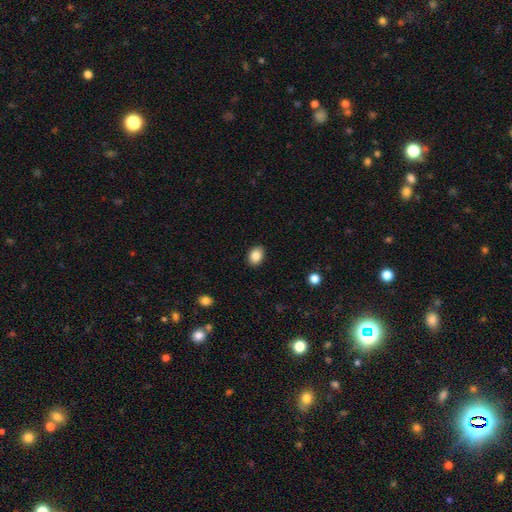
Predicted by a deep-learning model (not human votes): Morphology: type=smooth (87%); roundness=in between (70%); merging=none (89%).